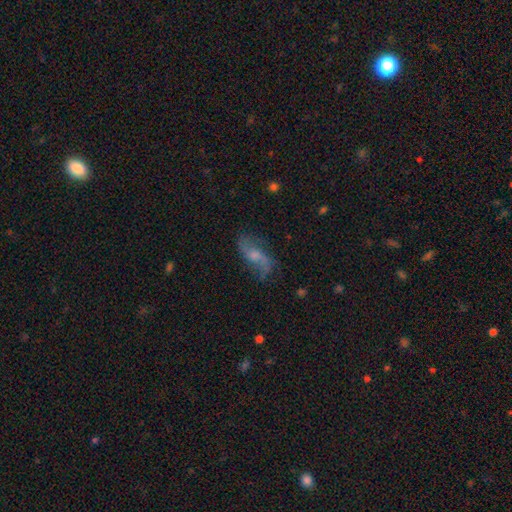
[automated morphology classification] smooth_or_featured: featured or disk (p=0.71) [alt: smooth p=0.20]
disk_edge_on: no (p=0.91) [alt: yes p=0.09]
bar: no (p=0.54) [alt: weak p=0.37]
has_spiral_arms: yes (p=0.90) [alt: no p=0.10]
spiral_winding: loose (p=0.79) [alt: medium p=0.16]
spiral_arm_count: 2 (p=0.88) [alt: can't tell p=0.05]
bulge_size: moderate (p=0.46) [alt: small p=0.36]
merging: none (p=0.68) [alt: minor disturbance p=0.19]